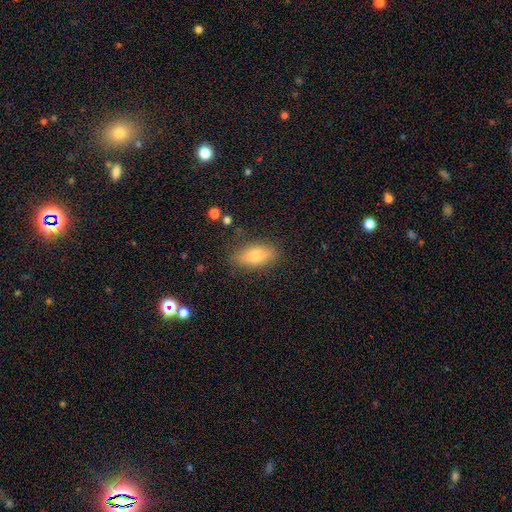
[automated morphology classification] Smooth or featured?
  - smooth: 80% *
  - featured or disk: 12%
  - star or artifact: 7%
How rounded?
  - in between: 84% *
  - cigar-shaped: 13%
  - round: 3%
Merging?
  - none: 79% *
  - minor disturbance: 15%
  - major disturbance: 4%
  - merger: 2%